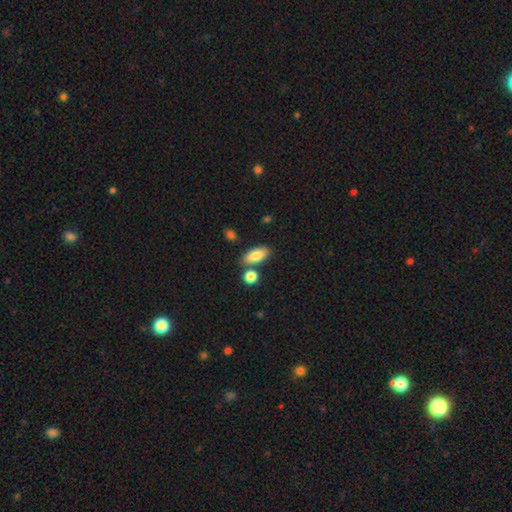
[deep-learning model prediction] Morphology: type=smooth (83%); roundness=in between (85%); merging=none (73%).